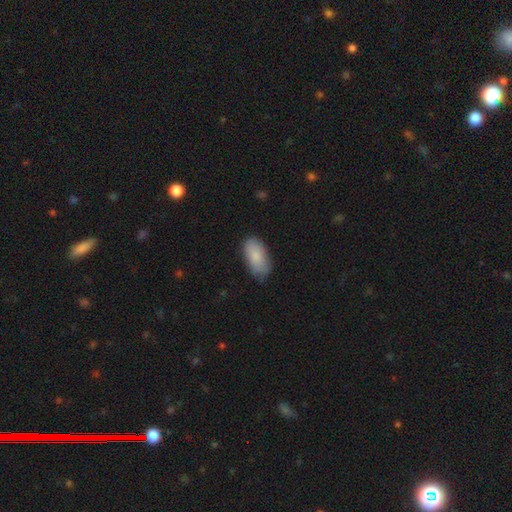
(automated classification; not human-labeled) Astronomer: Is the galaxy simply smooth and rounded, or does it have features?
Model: smooth — 86%.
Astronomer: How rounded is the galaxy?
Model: in between — 94%.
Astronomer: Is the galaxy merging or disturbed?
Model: none — 74%.